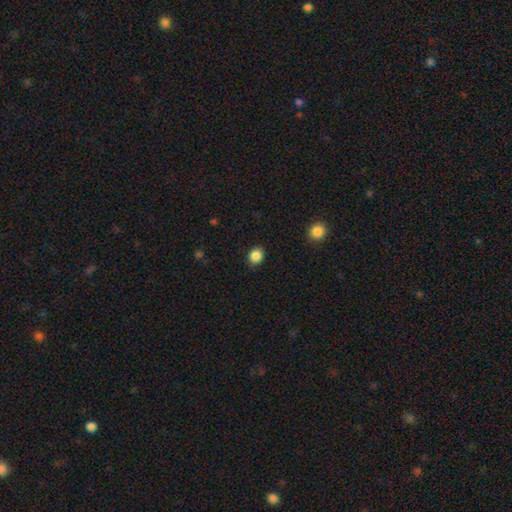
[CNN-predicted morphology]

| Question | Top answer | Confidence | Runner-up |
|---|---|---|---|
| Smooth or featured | smooth | 87% | star or artifact (10%) |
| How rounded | round | 72% | in between (27%) |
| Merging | none | 89% | minor disturbance (8%) |